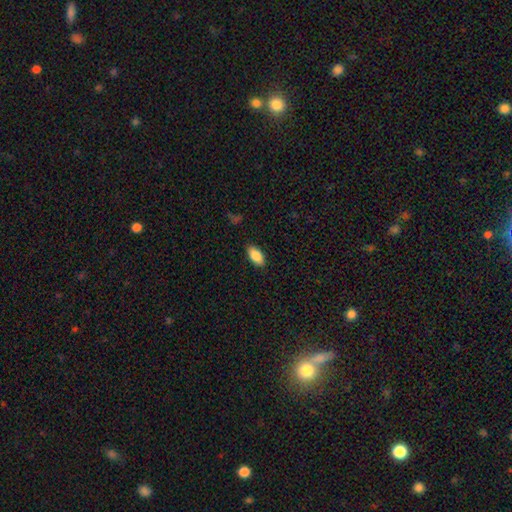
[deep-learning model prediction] A smooth galaxy with no disk features (88%) that is in between round and cigar-shaped (92%).

Vote fractions:
- Smooth or featured? smooth: 88% / star or artifact: 7% / featured or disk: 6%
- How rounded? in between: 92% / cigar-shaped: 5% / round: 3%
- Merging? none: 87% / minor disturbance: 10% / major disturbance: 2% / merger: 1%